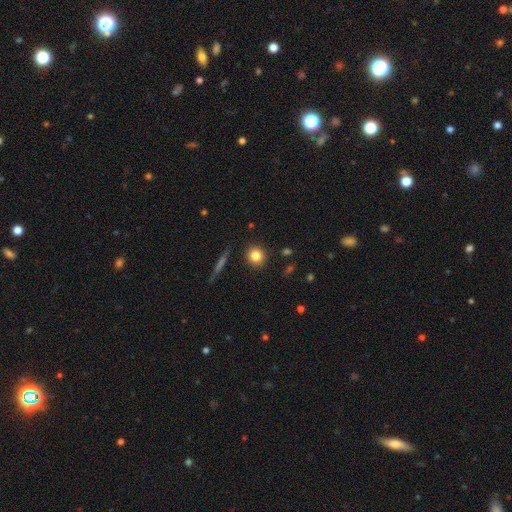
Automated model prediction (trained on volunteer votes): Smooth or featured? smooth (81%)
How rounded? round (89%)
Merging? none (90%)